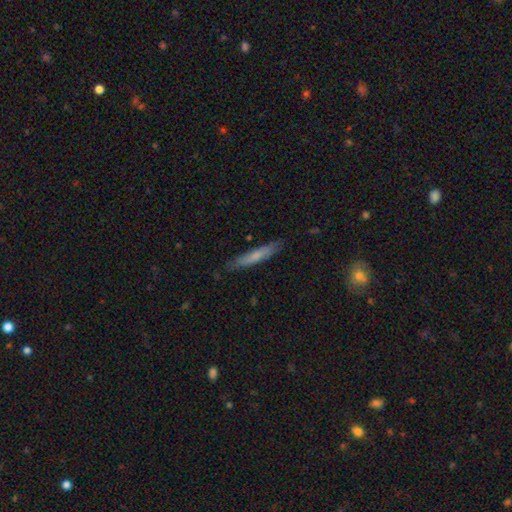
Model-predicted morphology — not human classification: smooth_or_featured: smooth (p=0.62) [alt: featured or disk p=0.32]
how_rounded: cigar-shaped (p=0.93) [alt: in between p=0.06]
merging: none (p=0.83) [alt: minor disturbance p=0.13]